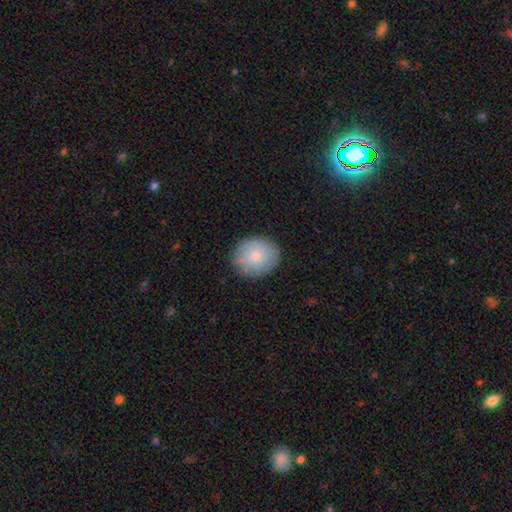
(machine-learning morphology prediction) smooth 77%, featured or disk 16%, star or artifact 7%. Down the decision tree: how rounded — round (64%); merging — none (83%).